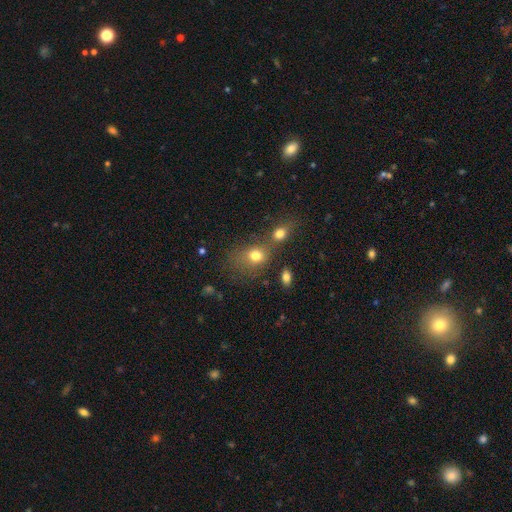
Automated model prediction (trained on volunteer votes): Smooth or featured?
  - smooth: 75% *
  - star or artifact: 14%
  - featured or disk: 11%
How rounded?
  - round: 49% * (tied)
  - in between: 49% * (tied)
  - cigar-shaped: 1%
Merging?
  - none: 40% *
  - merger: 37%
  - minor disturbance: 14%
  - major disturbance: 10%